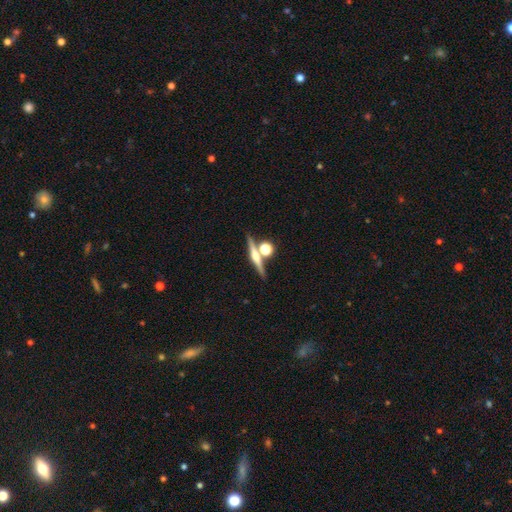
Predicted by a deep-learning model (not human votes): Q: Smooth or featured?
A: featured or disk (60%); runner-up: smooth (30%)
Q: Edge-on disk?
A: yes (94%); runner-up: no (6%)
Q: Edge-on bulge?
A: rounded (80%); runner-up: none (11%)
Q: Merging?
A: none (70%); runner-up: merger (19%)